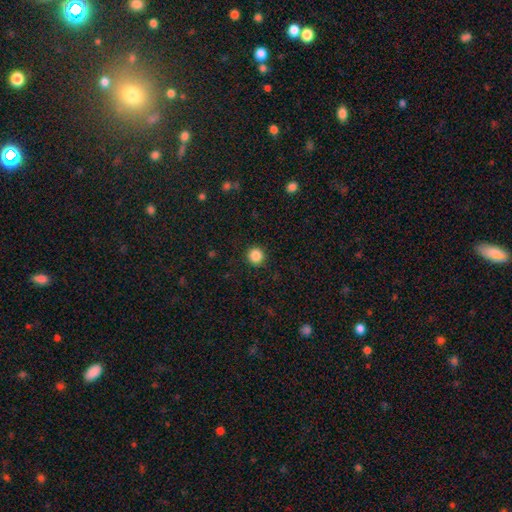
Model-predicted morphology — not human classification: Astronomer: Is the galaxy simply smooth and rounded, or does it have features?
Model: smooth — 86%.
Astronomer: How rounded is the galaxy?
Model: round — 95%.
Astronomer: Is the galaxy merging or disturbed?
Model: none — 91%.